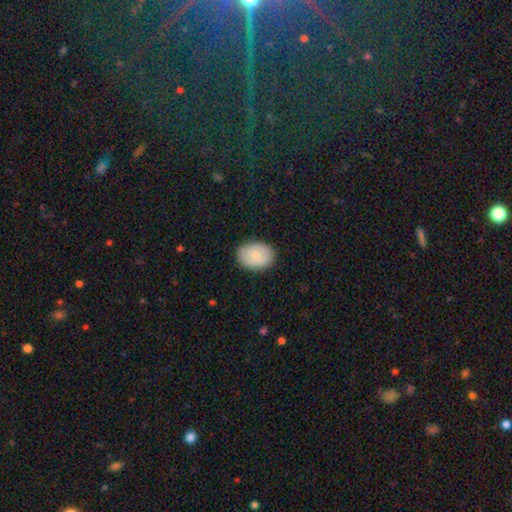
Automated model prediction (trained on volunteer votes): Smooth or featured?
  - smooth: 78% *
  - featured or disk: 16%
  - star or artifact: 6%
How rounded?
  - in between: 73% *
  - round: 26%
  - cigar-shaped: 1%
Merging?
  - none: 85% *
  - minor disturbance: 12%
  - major disturbance: 2%
  - merger: 1%